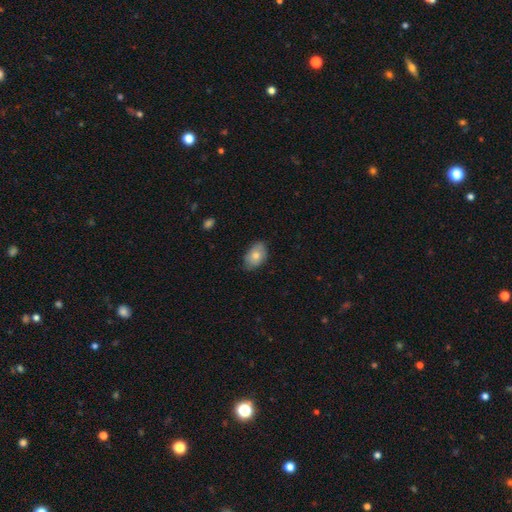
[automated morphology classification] type=smooth (76%); roundness=in between (87%); merging=none (76%).